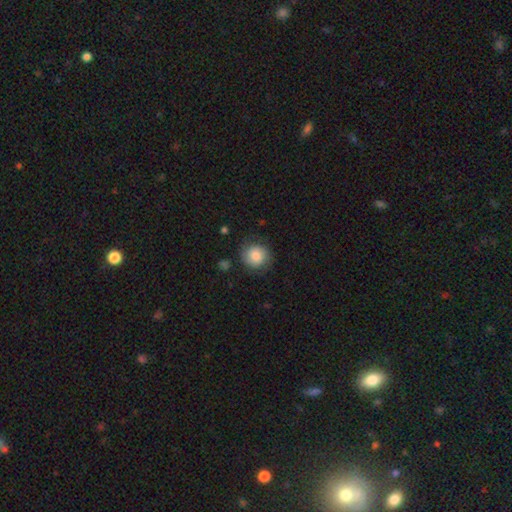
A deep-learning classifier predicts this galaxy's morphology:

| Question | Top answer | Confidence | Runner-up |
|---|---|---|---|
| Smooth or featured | smooth | 73% | featured or disk (19%) |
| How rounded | round | 86% | in between (13%) |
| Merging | none | 78% | minor disturbance (15%) |